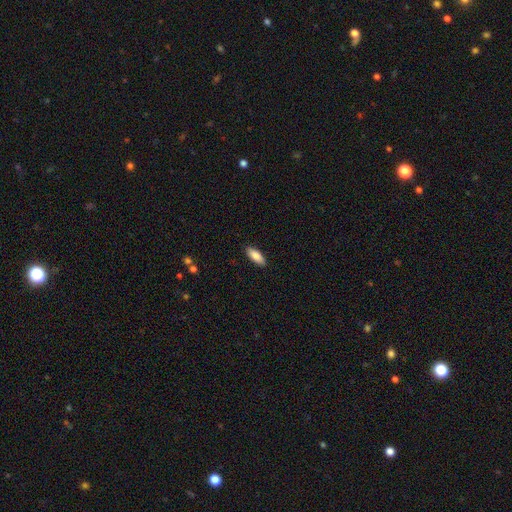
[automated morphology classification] Smooth or featured? Predicted: smooth (p=0.85). How rounded? Predicted: in between (p=0.76). Merging? Predicted: none (p=0.89).